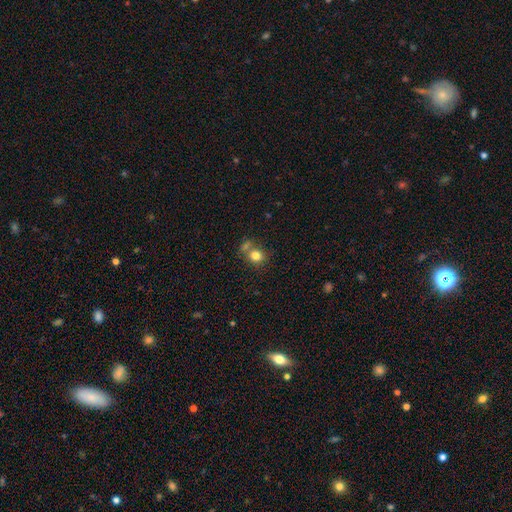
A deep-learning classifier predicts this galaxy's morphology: Overall: smooth (80%). How rounded: round (75%). Merging: none (56%; merger 27%).